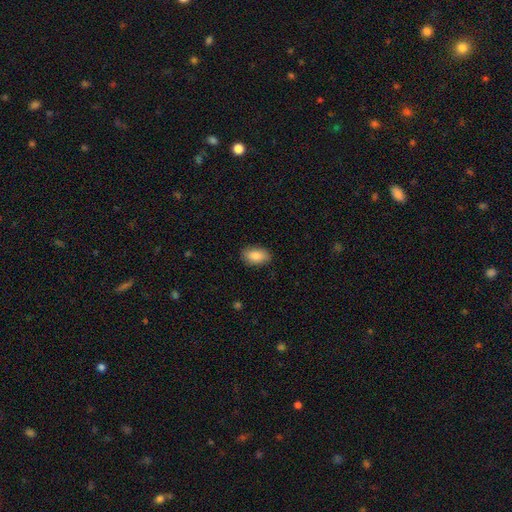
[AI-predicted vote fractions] Q: Smooth or featured?
A: smooth (86%); runner-up: featured or disk (8%)
Q: How rounded?
A: in between (92%); runner-up: round (6%)
Q: Merging?
A: none (85%); runner-up: minor disturbance (12%)